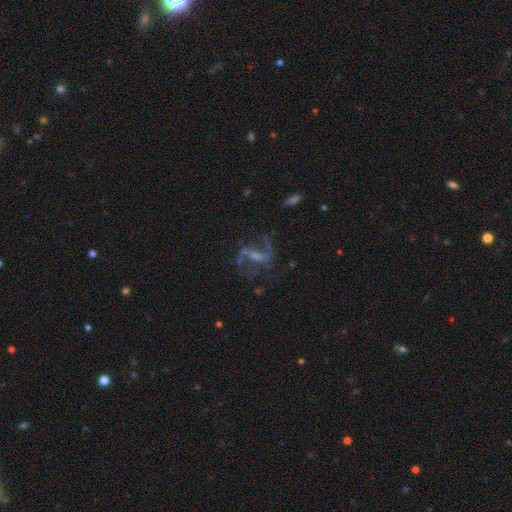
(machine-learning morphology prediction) Smooth or featured?
  - featured or disk: 82% *
  - star or artifact: 11%
  - smooth: 7%
Edge-on disk?
  - no: 95% *
  - yes: 5%
Bar?
  - weak: 45% *
  - strong: 36%
  - no: 19%
Spiral arms?
  - yes: 92% *
  - no: 8%
Spiral winding?
  - loose: 61% *
  - medium: 32%
  - tight: 7%
Spiral arm count?
  - 2: 86% *
  - can't tell: 5%
  - 1: 4%
  - 3: 2%
  - 4: 1%
  - more than 4: 1%
Bulge size?
  - small: 43% *
  - moderate: 27%
  - none: 24%
  - large: 4%
  - dominant: 1%
Merging?
  - none: 64% *
  - major disturbance: 17%
  - minor disturbance: 14%
  - merger: 4%